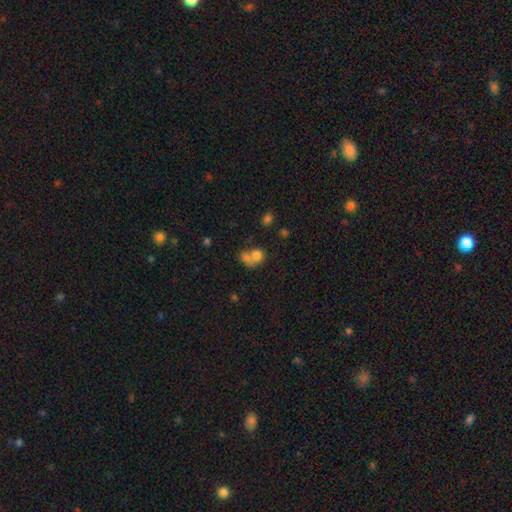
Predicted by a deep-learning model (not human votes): Q: Smooth or featured?
A: smooth (74%); runner-up: featured or disk (14%)
Q: How rounded?
A: round (56%); runner-up: in between (43%)
Q: Merging?
A: merger (59%); runner-up: none (24%)